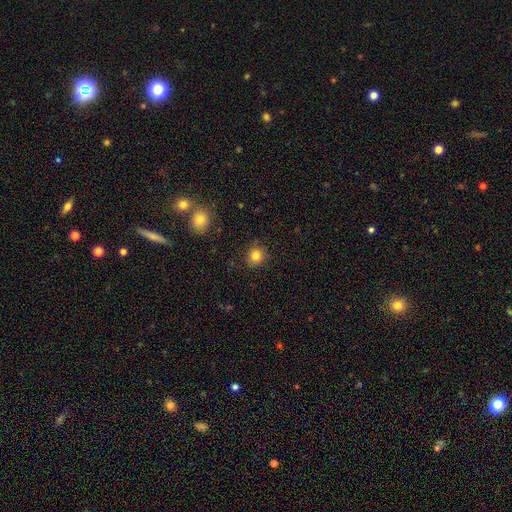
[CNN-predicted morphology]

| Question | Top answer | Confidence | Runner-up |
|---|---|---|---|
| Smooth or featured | smooth | 82% | star or artifact (12%) |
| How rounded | round | 87% | in between (12%) |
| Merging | none | 88% | minor disturbance (8%) |